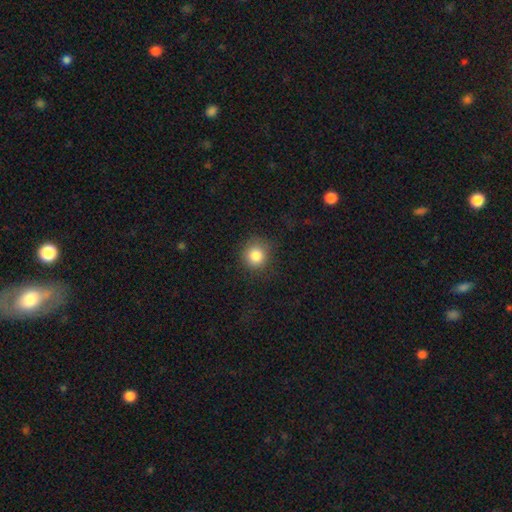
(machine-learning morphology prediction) Smooth or featured? Predicted: smooth (p=0.84). How rounded? Predicted: round (p=0.90). Merging? Predicted: none (p=0.82).